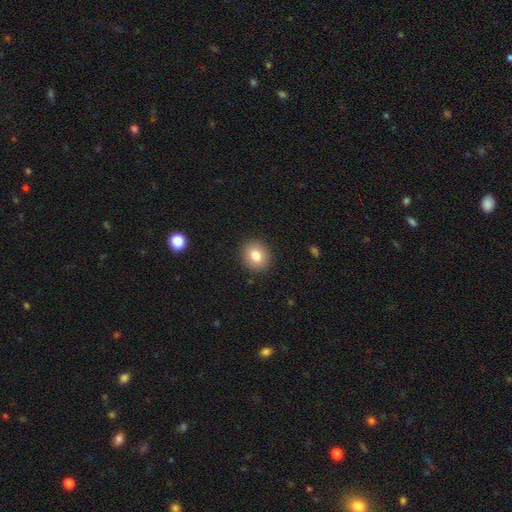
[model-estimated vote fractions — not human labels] Overall: smooth (81%). How rounded: round (77%). Merging: none (90%).